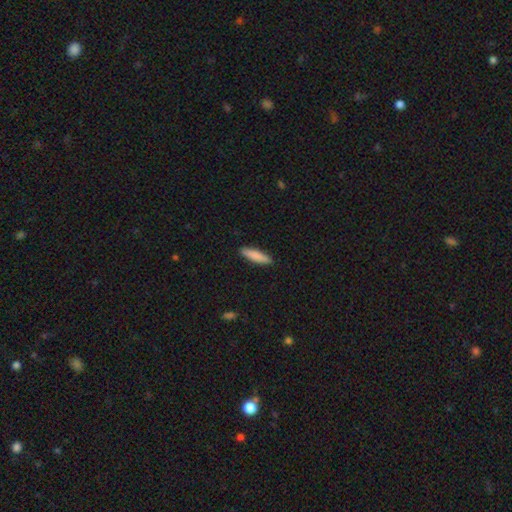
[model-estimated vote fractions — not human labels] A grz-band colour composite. It shows a smooth galaxy with no disk features (85%) that is cigar-shaped (76%). Merging: none (90%).